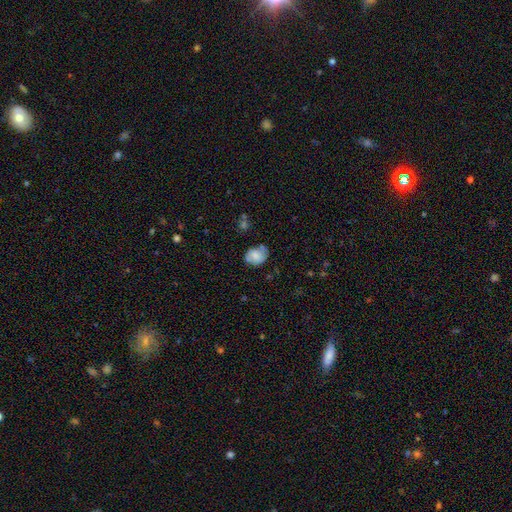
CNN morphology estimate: Smooth or featured? Predicted: smooth (p=0.50). How rounded? Predicted: round (p=0.52). Merging? Predicted: none (p=0.64).